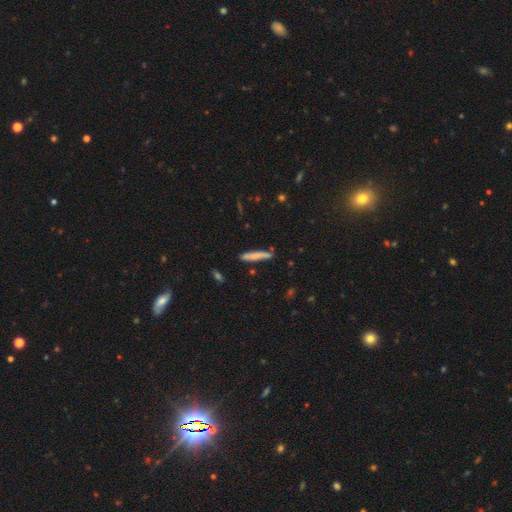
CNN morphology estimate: Smooth or featured?
  - smooth: 74% *
  - featured or disk: 20%
  - star or artifact: 7%
How rounded?
  - cigar-shaped: 93% *
  - in between: 6%
  - round: 1%
Merging?
  - none: 79% *
  - minor disturbance: 14%
  - merger: 4%
  - major disturbance: 3%